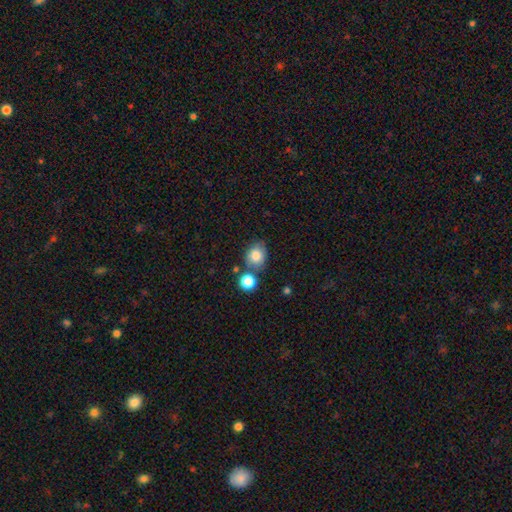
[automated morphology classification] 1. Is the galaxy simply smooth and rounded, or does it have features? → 81% smooth, 10% star or artifact, 9% featured or disk.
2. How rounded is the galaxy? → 61% round, 38% in between, 1% cigar-shaped.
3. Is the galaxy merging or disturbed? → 63% none, 17% minor disturbance, 15% merger, 5% major disturbance.